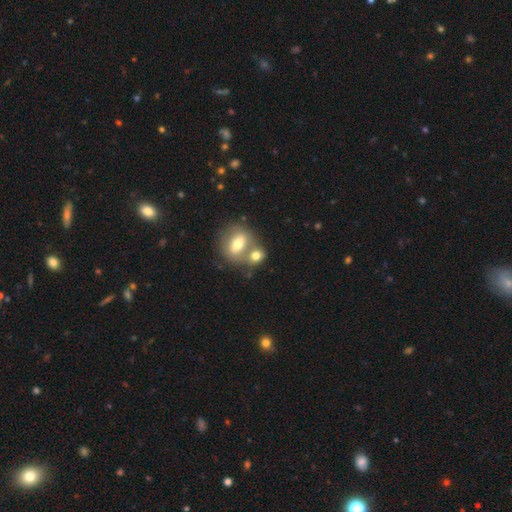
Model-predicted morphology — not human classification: smooth_or_featured: smooth (p=0.69) [alt: featured or disk p=0.22]
how_rounded: in between (p=0.51) [alt: round p=0.47]
merging: merger (p=0.56) [alt: none p=0.32]